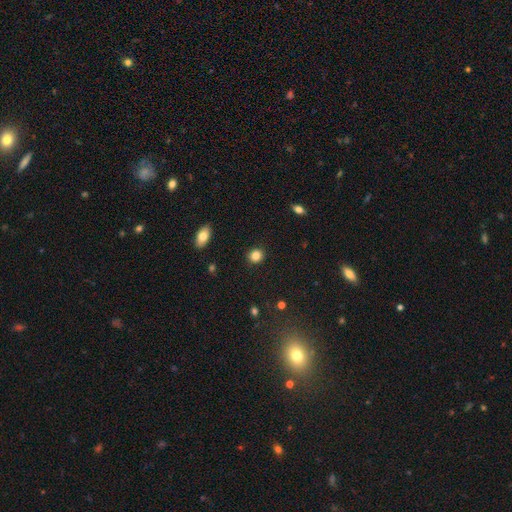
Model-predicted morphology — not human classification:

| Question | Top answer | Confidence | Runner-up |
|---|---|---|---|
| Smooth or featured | smooth | 85% | star or artifact (10%) |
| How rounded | round | 83% | in between (15%) |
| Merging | none | 91% | minor disturbance (6%) |